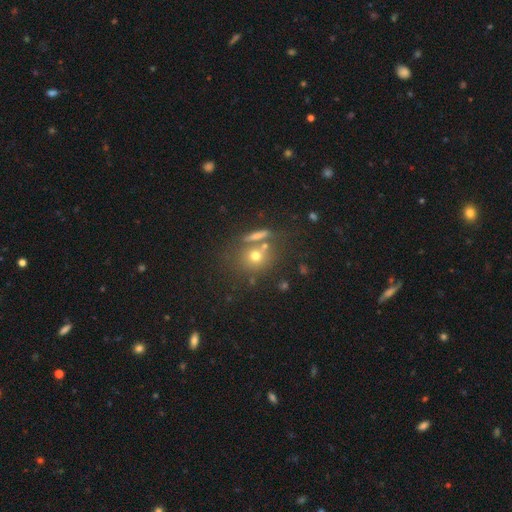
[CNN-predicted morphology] Smooth or featured?
  - smooth: 64% *
  - featured or disk: 18%
  - star or artifact: 17%
How rounded?
  - round: 78% *
  - in between: 20%
  - cigar-shaped: 3%
Merging?
  - none: 58% *
  - merger: 24%
  - minor disturbance: 12%
  - major disturbance: 6%